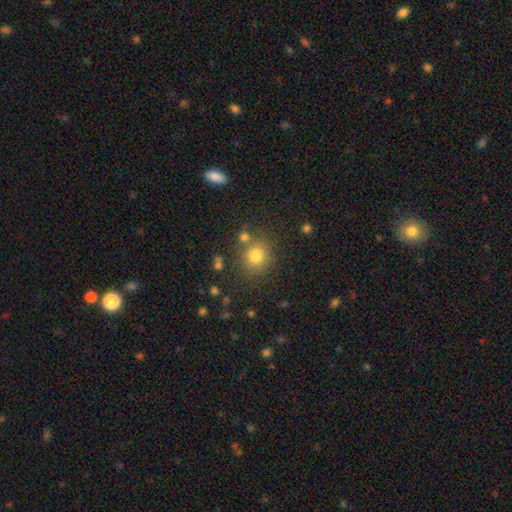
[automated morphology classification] This is likely a smooth galaxy (78%). How rounded: clearly round (84%). Merging: likely none (77%).